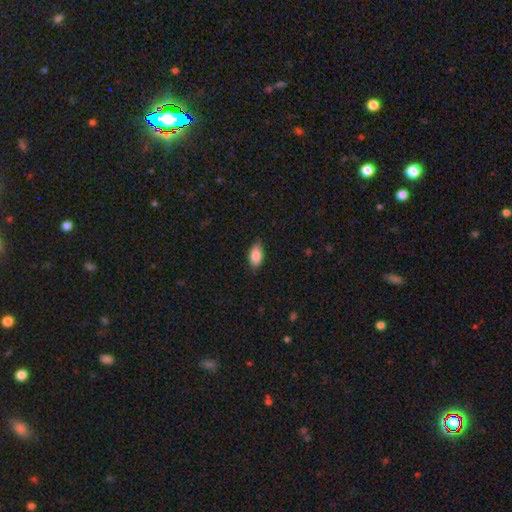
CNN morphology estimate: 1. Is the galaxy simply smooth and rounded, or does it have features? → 86% smooth, 8% featured or disk, 7% star or artifact.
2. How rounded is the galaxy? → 91% in between, 5% cigar-shaped, 4% round.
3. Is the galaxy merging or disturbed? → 82% none, 14% minor disturbance, 2% major disturbance, 1% merger.